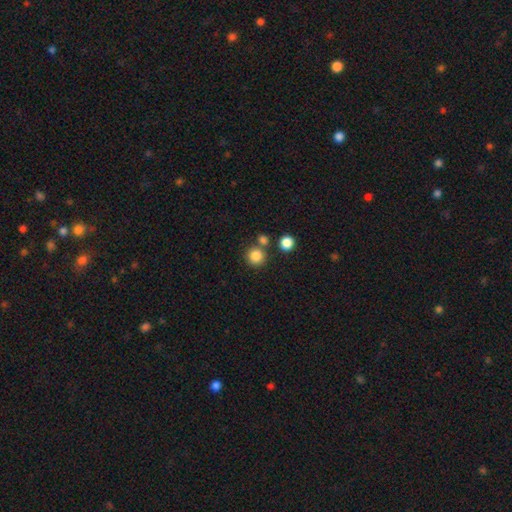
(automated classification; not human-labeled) The model was most divided on "merging": none: 73%, merger: 17%, minor disturbance: 8%, major disturbance: 3%. More confident: how rounded — round (93%); smooth or featured — smooth (83%).